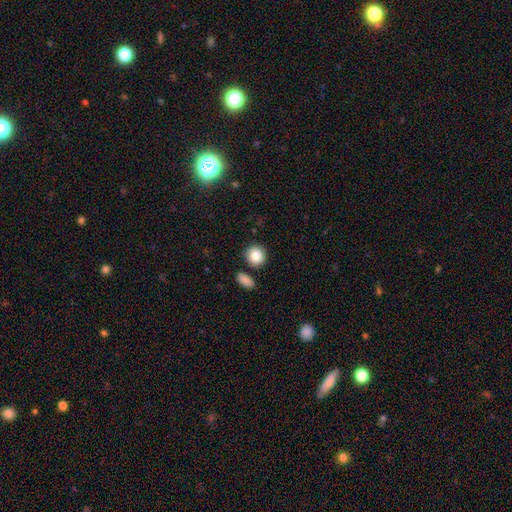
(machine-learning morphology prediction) Smooth or featured? Predicted: smooth (p=0.87). How rounded? Predicted: round (p=0.85). Merging? Predicted: none (p=0.82).